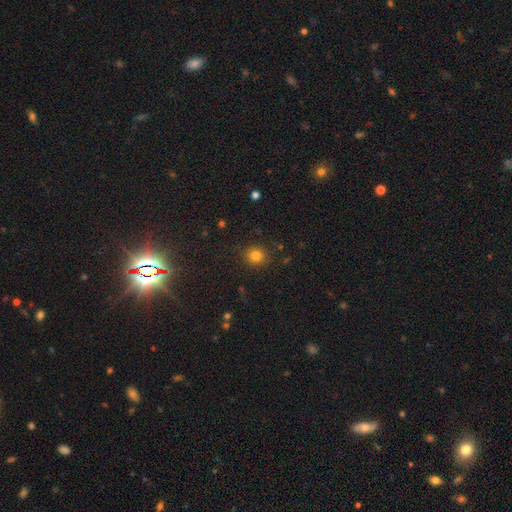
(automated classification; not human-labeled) Q: Smooth or featured?
A: smooth (81%); runner-up: star or artifact (13%)
Q: How rounded?
A: round (87%); runner-up: in between (12%)
Q: Merging?
A: none (88%); runner-up: minor disturbance (8%)